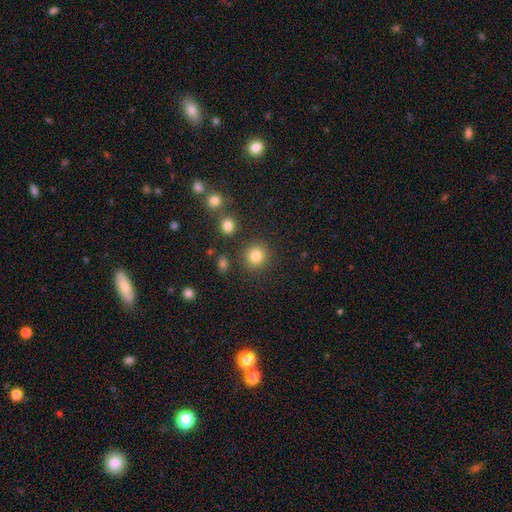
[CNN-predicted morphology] smooth-or-featured: smooth: 83% | star or artifact: 12% | featured or disk: 5%
  how-rounded: round: 92% | in between: 7% | cigar-shaped: 1%
  merging: none: 87% | minor disturbance: 7% | merger: 3% | major disturbance: 3%